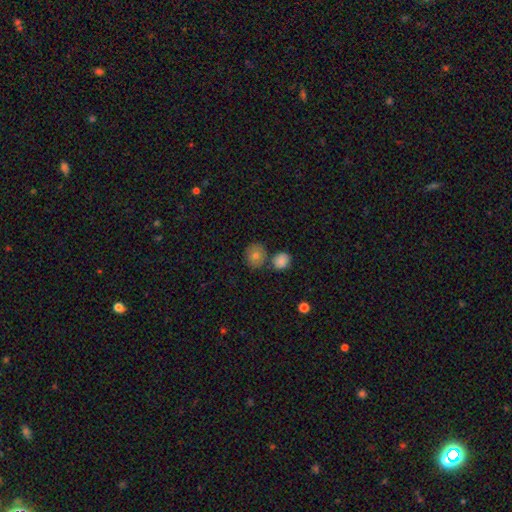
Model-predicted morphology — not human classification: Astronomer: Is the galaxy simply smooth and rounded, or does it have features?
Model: smooth — 76%.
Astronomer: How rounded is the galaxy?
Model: round — 76%.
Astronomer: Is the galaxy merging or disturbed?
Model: none — 67%.